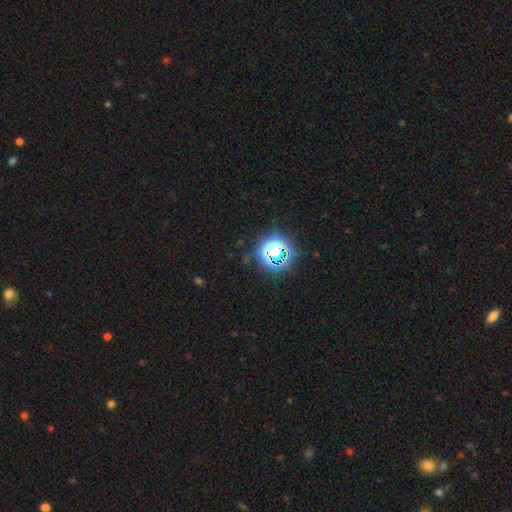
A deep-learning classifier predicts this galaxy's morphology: Smooth or featured?
  - star or artifact: 77% *
  - smooth: 16%
  - featured or disk: 7%